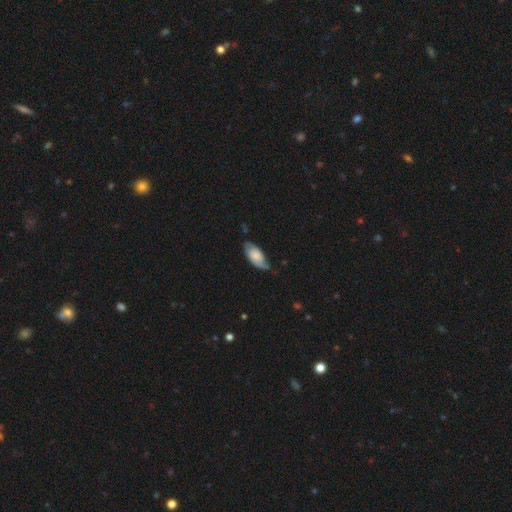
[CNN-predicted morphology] smooth 61%, featured or disk 32%, star or artifact 7%. Down the decision tree: how rounded — in between (90%); merging — none (56%).